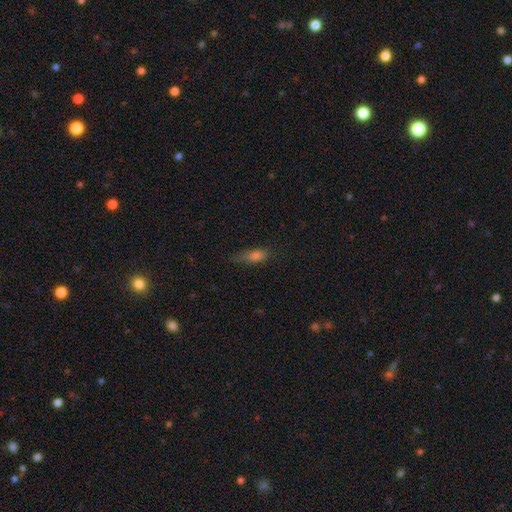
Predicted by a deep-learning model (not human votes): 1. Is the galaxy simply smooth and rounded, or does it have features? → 70% smooth, 15% featured or disk, 15% star or artifact.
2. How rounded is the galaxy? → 50% in between, 45% cigar-shaped, 4% round.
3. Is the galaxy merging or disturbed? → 61% none, 28% minor disturbance, 9% major disturbance, 2% merger.